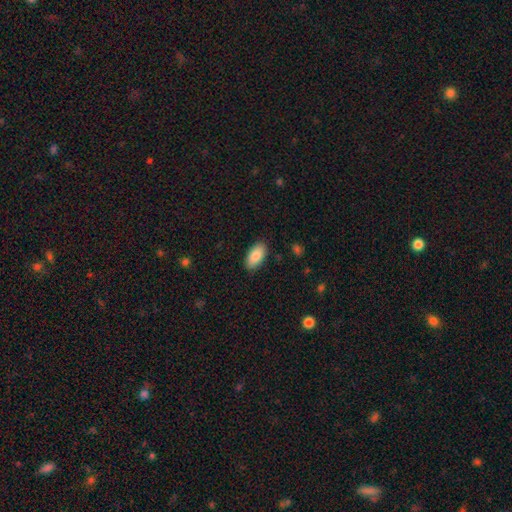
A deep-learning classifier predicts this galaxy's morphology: Q: Smooth or featured?
A: smooth (87%); runner-up: featured or disk (7%)
Q: How rounded?
A: in between (94%); runner-up: cigar-shaped (4%)
Q: Merging?
A: none (88%); runner-up: minor disturbance (9%)